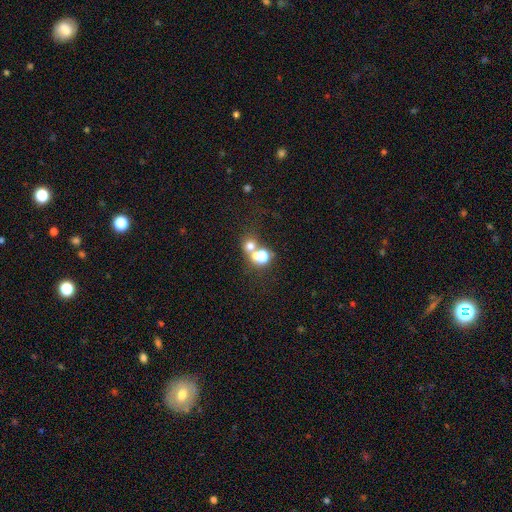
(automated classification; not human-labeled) Overall: smooth (62%). How rounded: round (77%). Merging: merger (51%; none 38%).